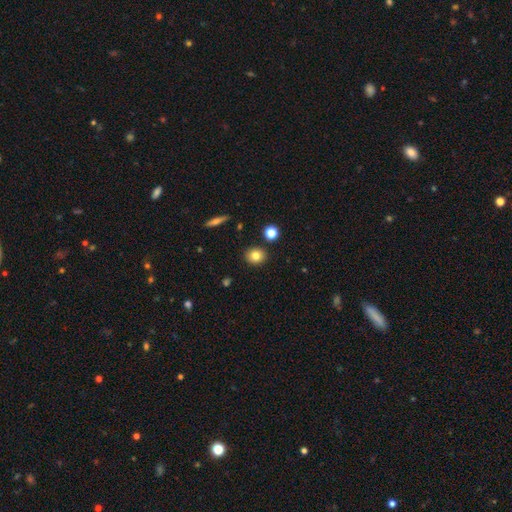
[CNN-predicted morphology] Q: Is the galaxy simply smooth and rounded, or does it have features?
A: smooth — 80%.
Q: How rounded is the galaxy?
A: round — 72%.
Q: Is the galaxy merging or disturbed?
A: none — 88%.